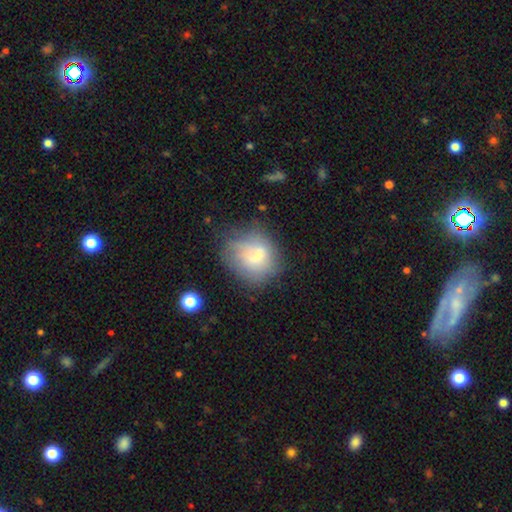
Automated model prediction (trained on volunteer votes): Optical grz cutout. It shows a smooth galaxy with no disk features (69%) that is round (64%). Merging: none (52%).